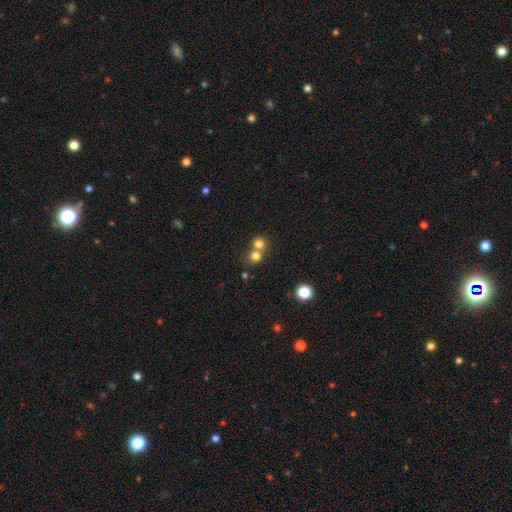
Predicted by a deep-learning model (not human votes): The model was most divided on "merging": none: 48%, merger: 45%, minor disturbance: 5%, major disturbance: 2%. More confident: how rounded — round (88%); smooth or featured — smooth (76%).